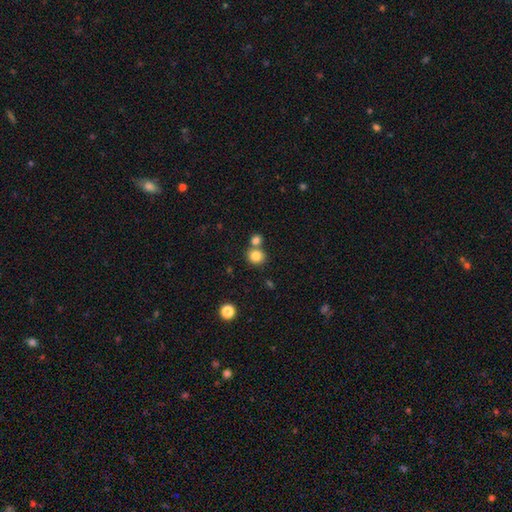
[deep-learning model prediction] This is clearly a smooth galaxy (82%). How rounded: clearly round (82%). Merging: possibly none (58%).